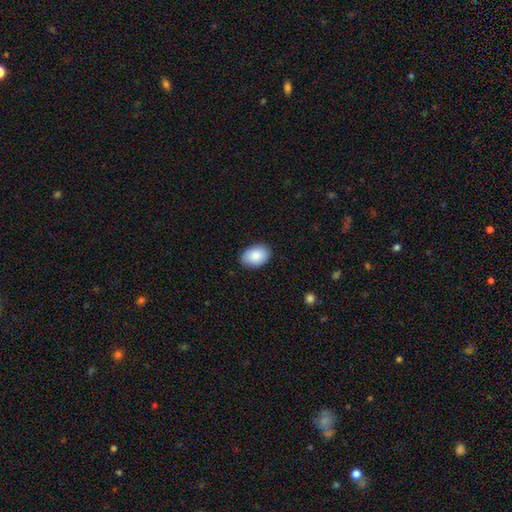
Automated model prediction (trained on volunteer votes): Smooth or featured: smooth — 86% (featured or disk — 7%)
How rounded: in between — 84% (round — 15%)
Merging: none — 85% (minor disturbance — 12%)